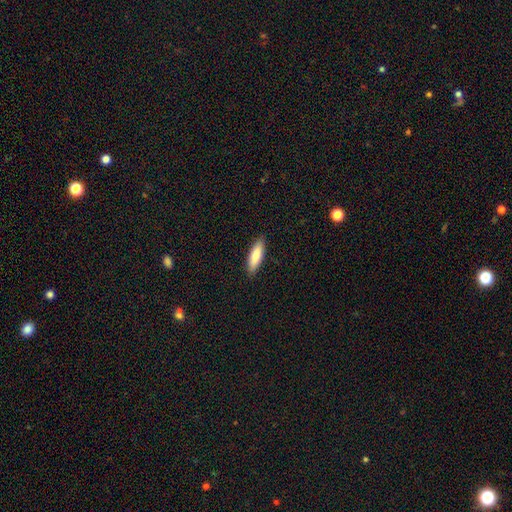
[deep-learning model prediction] smooth_or_featured: smooth (p=0.81) [alt: featured or disk p=0.14]
how_rounded: in between (p=0.52) [alt: cigar-shaped p=0.46]
merging: none (p=0.88) [alt: minor disturbance p=0.09]